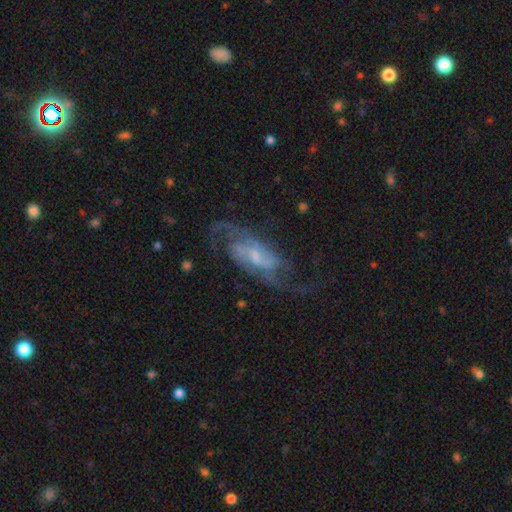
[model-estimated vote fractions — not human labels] The model was most divided on "bulge size": small: 49%, moderate: 35%, none: 11%, large: 5%, dominant: 1%. More confident: spiral arms — yes (95%); edge-on disk — no (93%); smooth or featured — featured or disk (86%); spiral arm count — 2 (67%); merging — none (65%); spiral winding — medium (51%); bar — weak (50%).